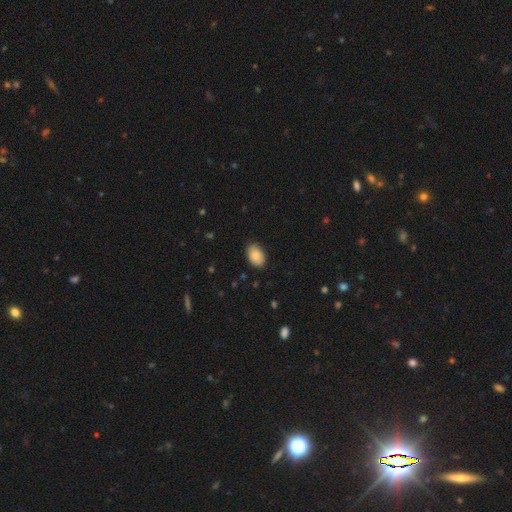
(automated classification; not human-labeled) A smooth galaxy with no disk features (86%) that is in between round and cigar-shaped (87%).

Vote fractions:
- Smooth or featured? smooth: 86% / star or artifact: 7% / featured or disk: 7%
- How rounded? in between: 87% / round: 12% / cigar-shaped: 1%
- Merging? none: 83% / minor disturbance: 14% / major disturbance: 2% / merger: 1%